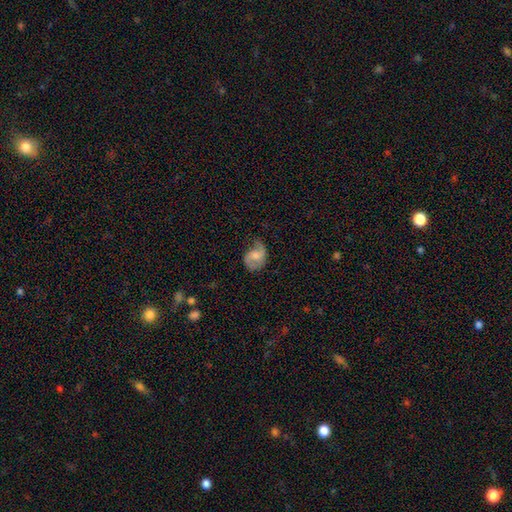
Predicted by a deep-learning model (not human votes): Q: Smooth or featured?
A: featured or disk (67%); runner-up: smooth (27%)
Q: Edge-on disk?
A: no (97%); runner-up: yes (3%)
Q: Bar?
A: no (57%); runner-up: weak (36%)
Q: Spiral arms?
A: yes (92%); runner-up: no (8%)
Q: Spiral winding?
A: medium (44%); runner-up: loose (40%)
Q: Spiral arm count?
A: 2 (74%); runner-up: 1 (18%)
Q: Bulge size?
A: moderate (47%); runner-up: small (32%)
Q: Merging?
A: none (54%); runner-up: minor disturbance (28%)